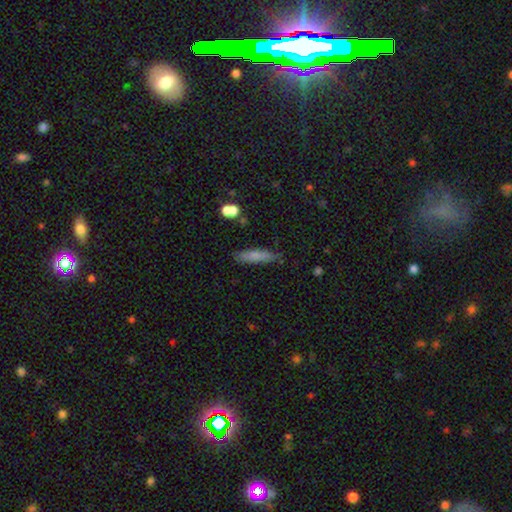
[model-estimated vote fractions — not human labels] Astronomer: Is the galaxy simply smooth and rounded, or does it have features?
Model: smooth — 75%.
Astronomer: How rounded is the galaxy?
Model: cigar-shaped — 78%.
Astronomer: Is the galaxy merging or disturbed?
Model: none — 80%.